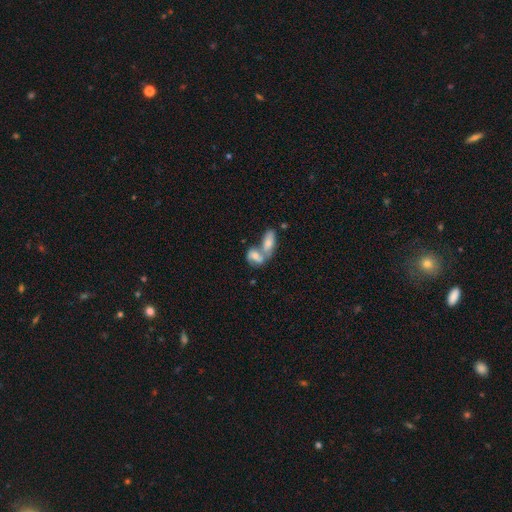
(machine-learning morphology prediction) Smooth or featured? smooth (62%)
How rounded? in between (83%)
Merging? merger (71%)